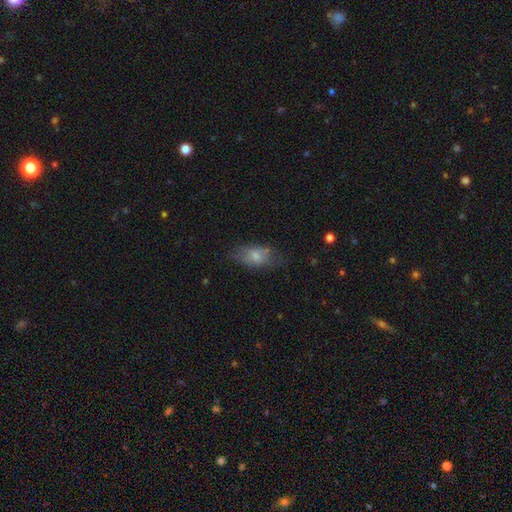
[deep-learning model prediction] Morphology: type=smooth (70%); roundness=in between (85%); merging=none (58%).